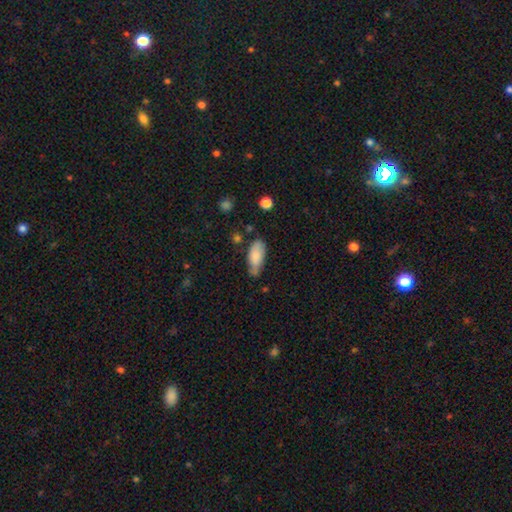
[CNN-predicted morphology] This is clearly a smooth galaxy (81%). How rounded: clearly in between (86%). Merging: possibly none (58%).